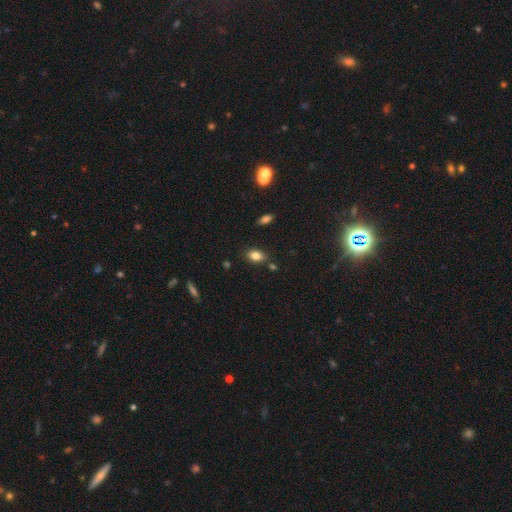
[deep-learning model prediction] Smooth or featured? smooth (82%)
How rounded? in between (80%)
Merging? none (80%)